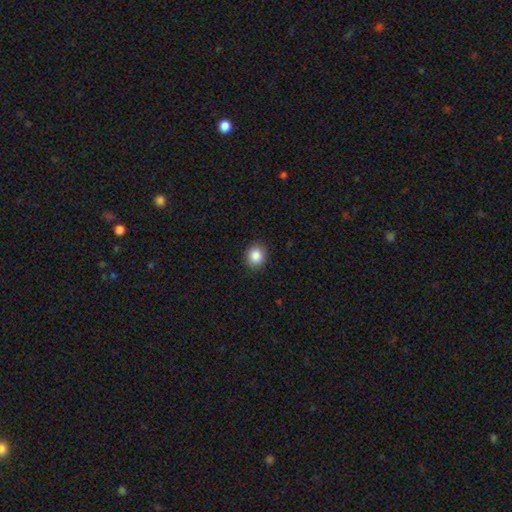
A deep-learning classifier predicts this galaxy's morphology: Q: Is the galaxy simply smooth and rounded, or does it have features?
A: smooth — 86%.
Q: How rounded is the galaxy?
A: round — 81%.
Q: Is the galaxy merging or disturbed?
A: none — 90%.